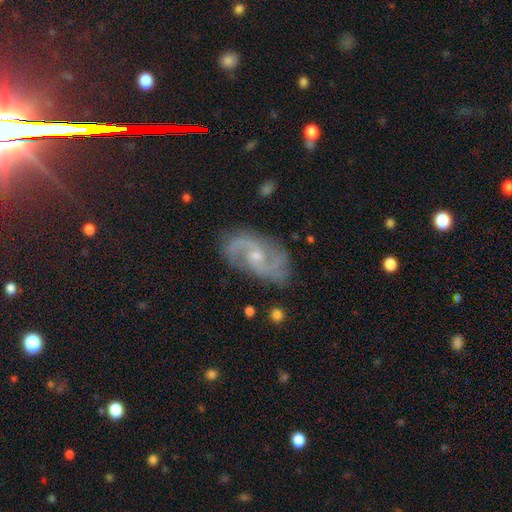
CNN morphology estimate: Smooth or featured? featured or disk (88%)
Edge-on disk? no (97%)
Bar? no (57%)
Spiral arms? yes (97%)
Spiral winding? medium (54%)
Spiral arm count? 2 (85%)
Bulge size? small (62%)
Merging? none (80%)